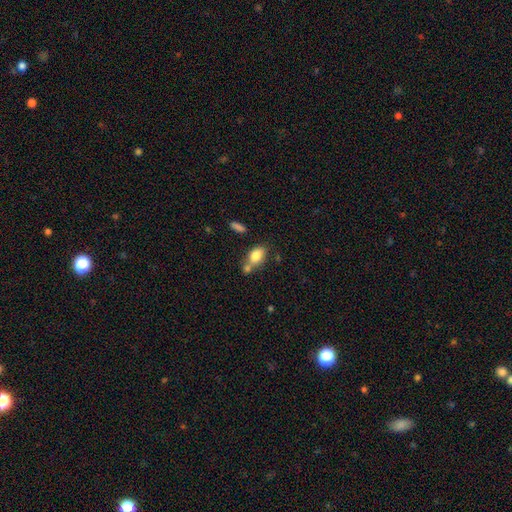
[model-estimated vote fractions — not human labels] Morphology: type=smooth (80%); roundness=in between (82%); merging=none (46%).